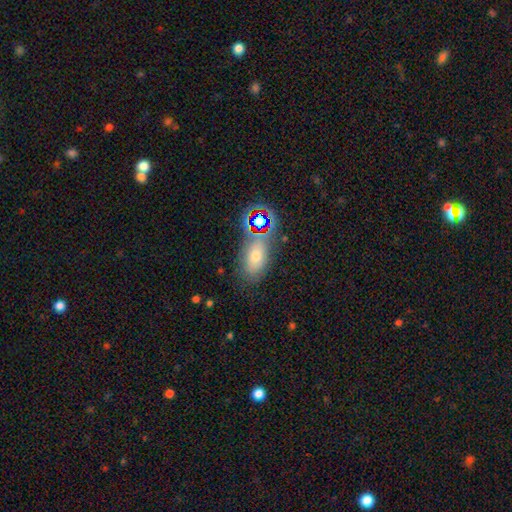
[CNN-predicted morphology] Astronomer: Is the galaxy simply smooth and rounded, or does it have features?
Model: smooth — 51% (runner-up: star or artifact, 27%).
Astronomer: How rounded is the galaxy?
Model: in between — 83%.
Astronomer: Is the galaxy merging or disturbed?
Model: none — 64%.